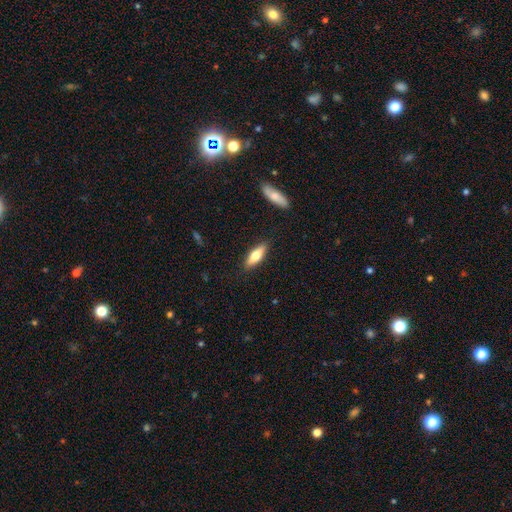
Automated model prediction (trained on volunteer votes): smooth_or_featured: smooth (p=0.62) [alt: featured or disk p=0.32]
how_rounded: in between (p=0.53) [alt: cigar-shaped p=0.45]
merging: none (p=0.86) [alt: minor disturbance p=0.10]